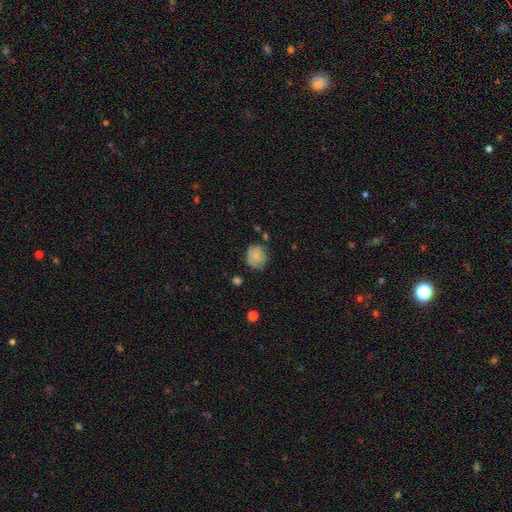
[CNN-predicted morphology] A smooth galaxy with no disk features (77%) that is round (78%).

Vote fractions:
- Smooth or featured? smooth: 77% / featured or disk: 14% / star or artifact: 9%
- How rounded? round: 78% / in between: 21% / cigar-shaped: 1%
- Merging? none: 64% / minor disturbance: 26% / major disturbance: 6% / merger: 4%